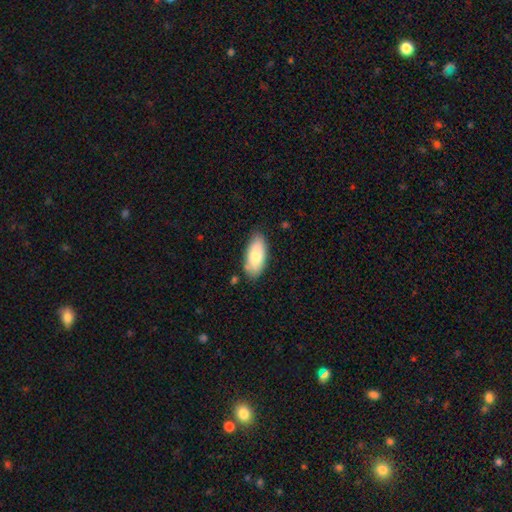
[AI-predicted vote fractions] This is likely a smooth galaxy (78%). How rounded: clearly in between (90%). Merging: clearly none (80%).